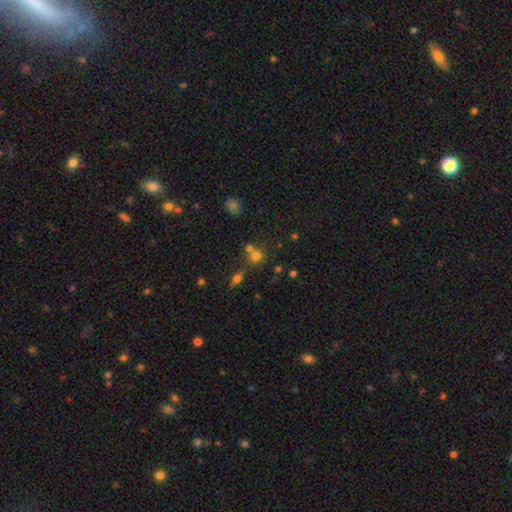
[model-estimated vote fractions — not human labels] This appears to be a smooth galaxy with no disk features (69%) that is round (84%). Merging: none (50%).